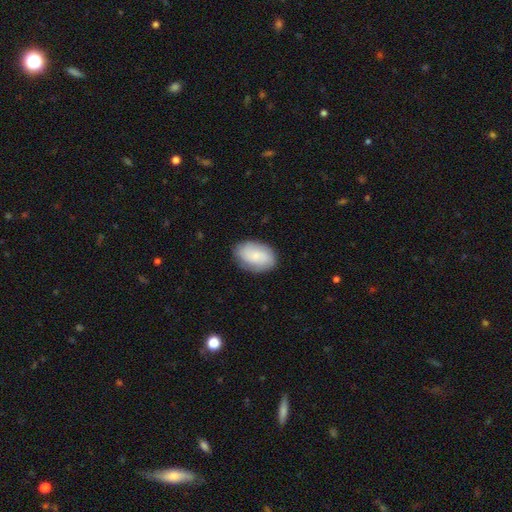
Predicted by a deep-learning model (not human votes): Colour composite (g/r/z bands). It shows a smooth galaxy with no disk features (59%) that is in between round and cigar-shaped (90%). Merging: none (81%).